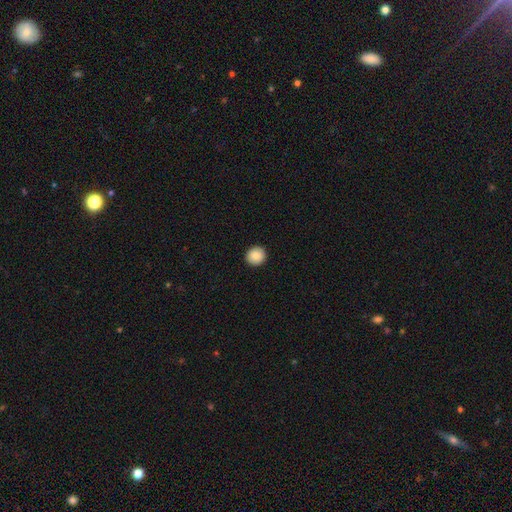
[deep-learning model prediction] Morphology: type=smooth (88%); roundness=round (90%); merging=none (93%).